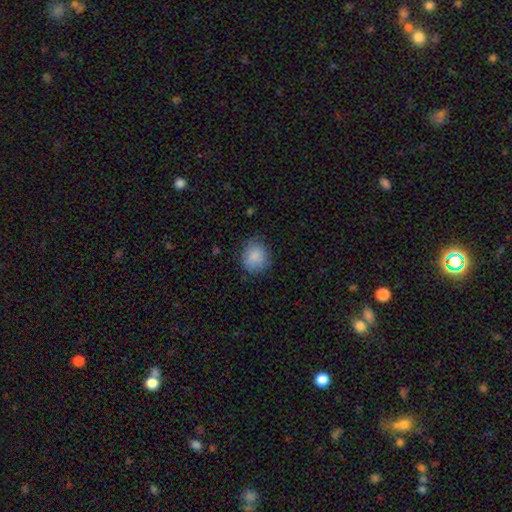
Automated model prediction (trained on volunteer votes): smooth 87%, star or artifact 7%, featured or disk 6%. Down the decision tree: how rounded — round (81%); merging — none (76%).